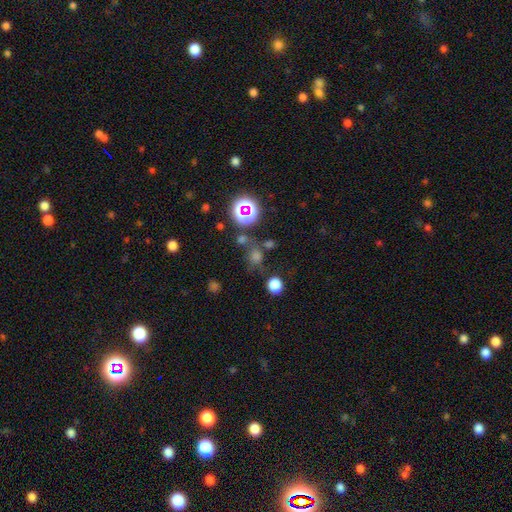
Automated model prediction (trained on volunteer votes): Smooth or featured: smooth — 51% (star or artifact — 40%)
How rounded: round — 82% (in between — 16%)
Merging: none — 69% (minor disturbance — 12%)